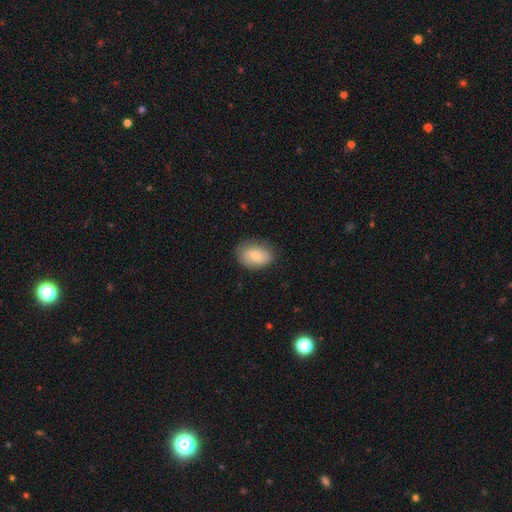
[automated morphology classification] Q: Smooth or featured?
A: smooth (73%); runner-up: featured or disk (20%)
Q: How rounded?
A: in between (73%); runner-up: round (26%)
Q: Merging?
A: none (74%); runner-up: minor disturbance (20%)